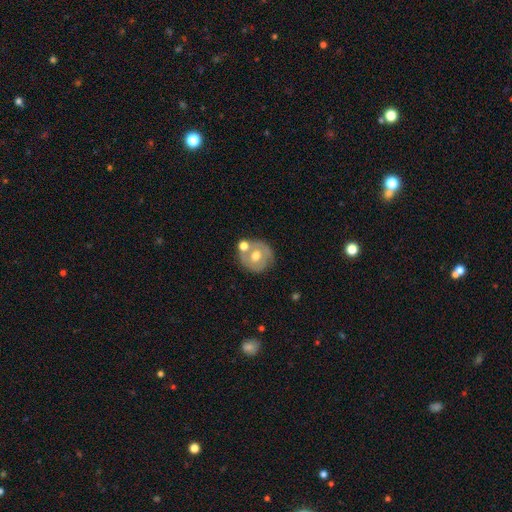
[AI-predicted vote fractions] Smooth or featured? featured or disk (56%)
Edge-on disk? no (96%)
Bar? no (67%)
Spiral arms? yes (51%)
Bulge size? moderate (76%)
Merging? none (60%)